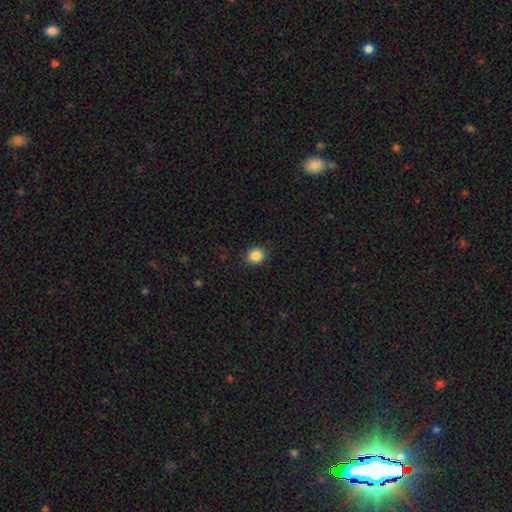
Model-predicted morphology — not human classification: smooth-or-featured: smooth: 86% | star or artifact: 10% | featured or disk: 4%
  how-rounded: round: 85% | in between: 14% | cigar-shaped: 1%
  merging: none: 90% | minor disturbance: 6% | major disturbance: 2% | merger: 1%